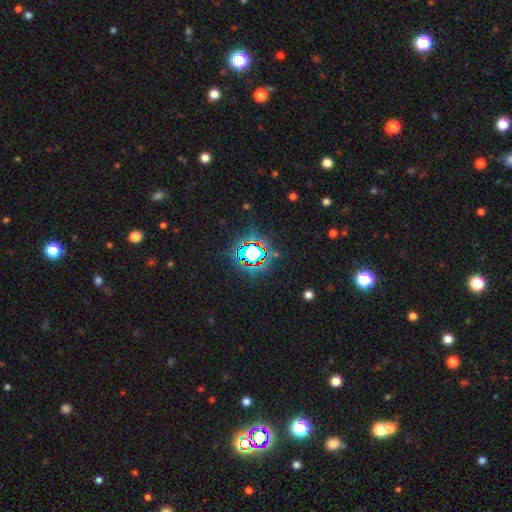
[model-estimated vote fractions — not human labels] Smooth or featured? star or artifact (75%)